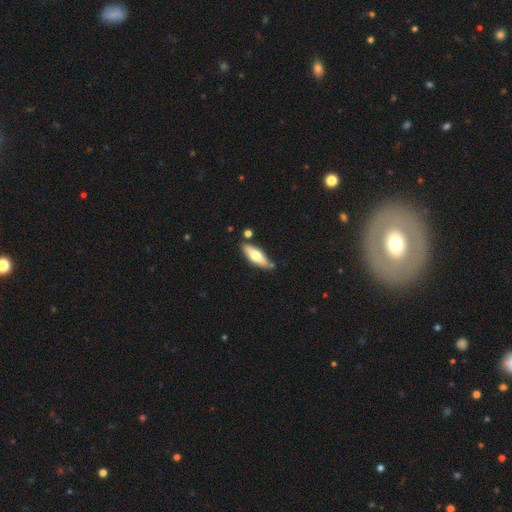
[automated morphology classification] This appears to be a smooth galaxy with no disk features (54%) that is in between round and cigar-shaped (52%). Merging: none (79%).